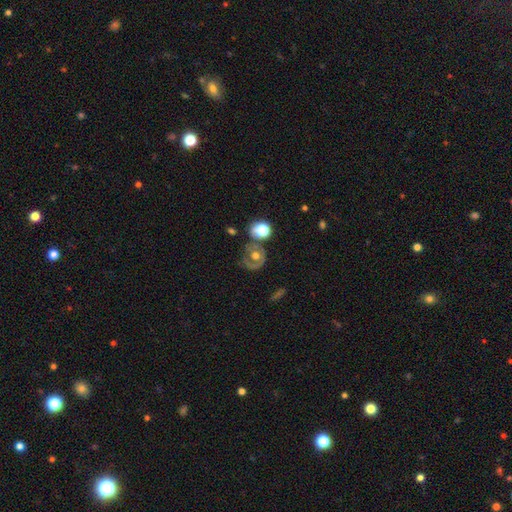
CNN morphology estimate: Smooth or featured? Predicted: featured or disk (p=0.54). Edge-on disk? Predicted: no (p=0.96). Bar? Predicted: no (p=0.83). Spiral arms? Predicted: no (p=0.57). Bulge size? Predicted: moderate (p=0.64). Merging? Predicted: none (p=0.51).